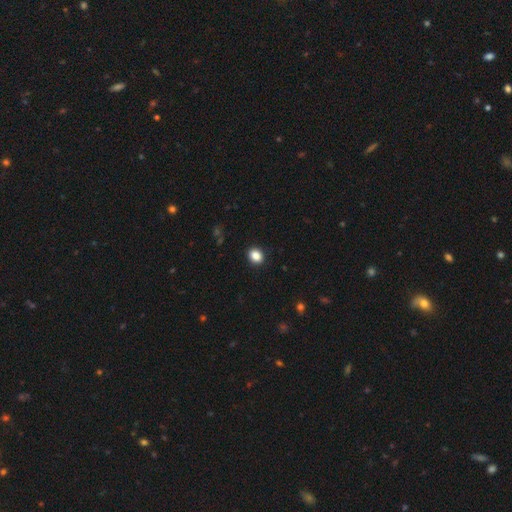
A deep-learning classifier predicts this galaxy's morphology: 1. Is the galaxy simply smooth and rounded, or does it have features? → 87% smooth, 10% star or artifact, 3% featured or disk.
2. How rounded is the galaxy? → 52% round, 47% in between, 1% cigar-shaped.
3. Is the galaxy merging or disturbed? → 91% none, 6% minor disturbance, 2% major disturbance, 1% merger.